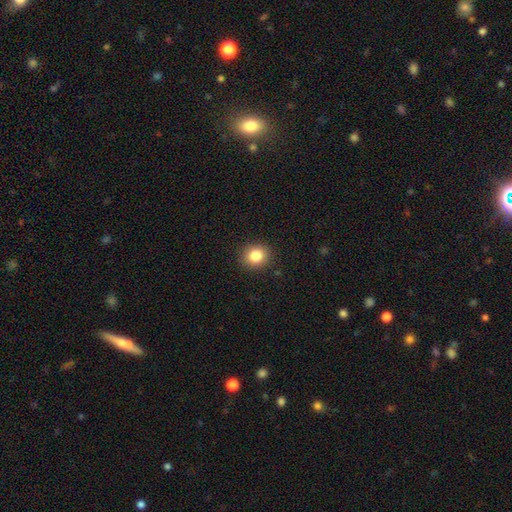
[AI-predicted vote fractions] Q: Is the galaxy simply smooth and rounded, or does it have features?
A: smooth — 83%.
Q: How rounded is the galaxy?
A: round — 79%.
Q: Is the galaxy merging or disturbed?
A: none — 90%.